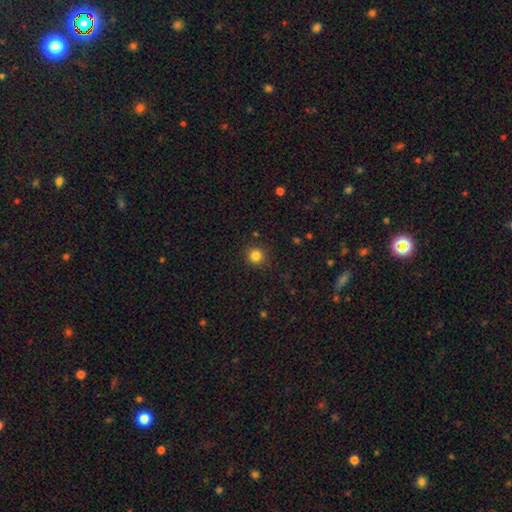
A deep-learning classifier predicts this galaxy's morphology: Overall: smooth (84%). How rounded: round (94%). Merging: none (90%).